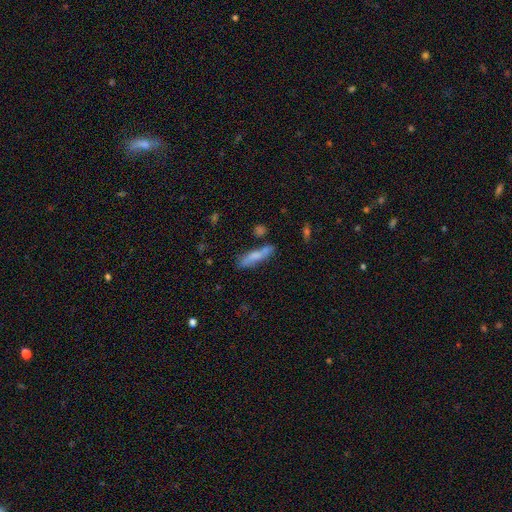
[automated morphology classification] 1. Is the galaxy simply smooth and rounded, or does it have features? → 67% smooth, 25% featured or disk, 8% star or artifact.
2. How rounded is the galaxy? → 75% cigar-shaped, 23% in between, 2% round.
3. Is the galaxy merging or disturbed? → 62% none, 19% minor disturbance, 14% merger, 6% major disturbance.